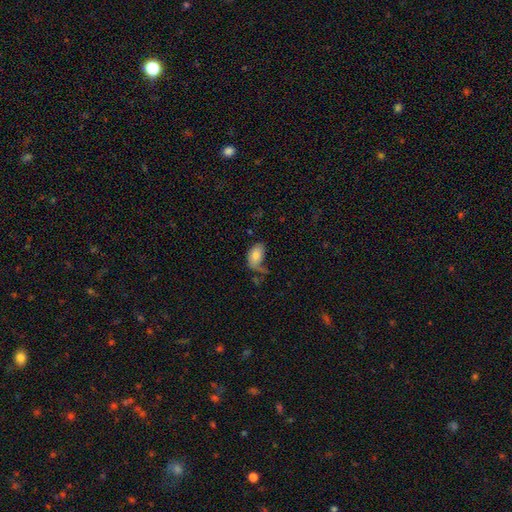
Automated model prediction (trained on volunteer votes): A smooth galaxy with no disk features (79%) that is in between round and cigar-shaped (94%).

Vote fractions:
- Smooth or featured? smooth: 79% / featured or disk: 13% / star or artifact: 7%
- How rounded? in between: 94% / round: 5% / cigar-shaped: 2%
- Merging? none: 39% / minor disturbance: 27% / major disturbance: 23% / merger: 10%